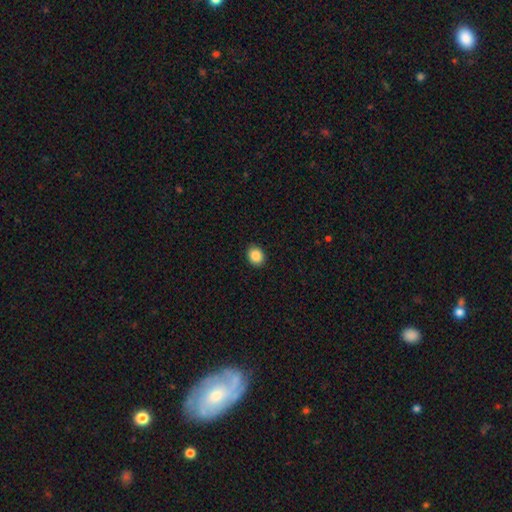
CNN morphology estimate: A smooth galaxy with no disk features (88%) that is round (63%).

Vote fractions:
- Smooth or featured? smooth: 88% / star or artifact: 9% / featured or disk: 3%
- How rounded? round: 63% / in between: 36% / cigar-shaped: 1%
- Merging? none: 90% / minor disturbance: 7% / major disturbance: 2% / merger: 1%